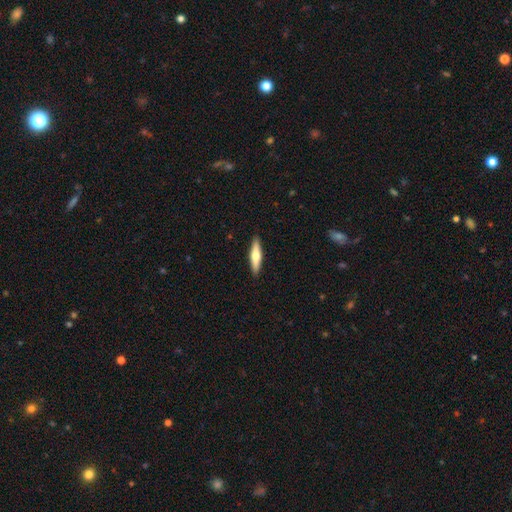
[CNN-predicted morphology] This appears to be a smooth galaxy with no disk features (53%) that is cigar-shaped (78%). Merging: none (91%).